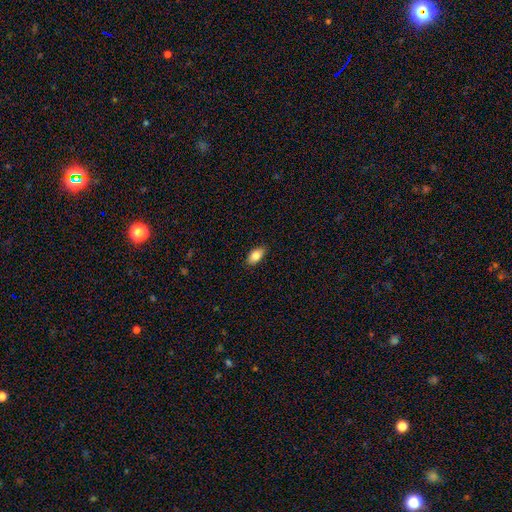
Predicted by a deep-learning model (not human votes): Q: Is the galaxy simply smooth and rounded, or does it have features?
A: smooth — 84%.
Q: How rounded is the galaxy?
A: in between — 91%.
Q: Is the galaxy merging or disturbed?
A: none — 87%.